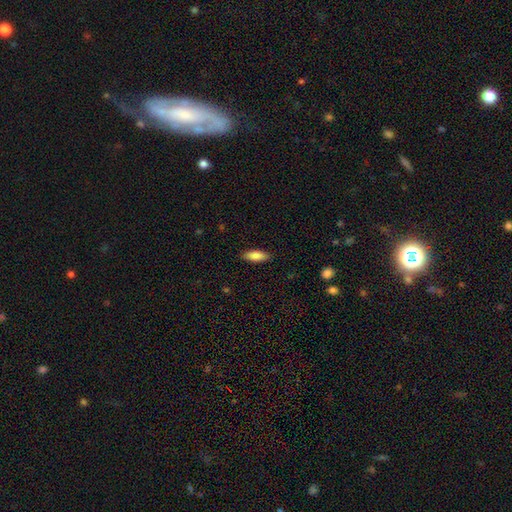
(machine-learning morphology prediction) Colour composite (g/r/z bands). It shows a smooth galaxy with no disk features (85%) that is in between round and cigar-shaped (68%). Merging: none (88%).